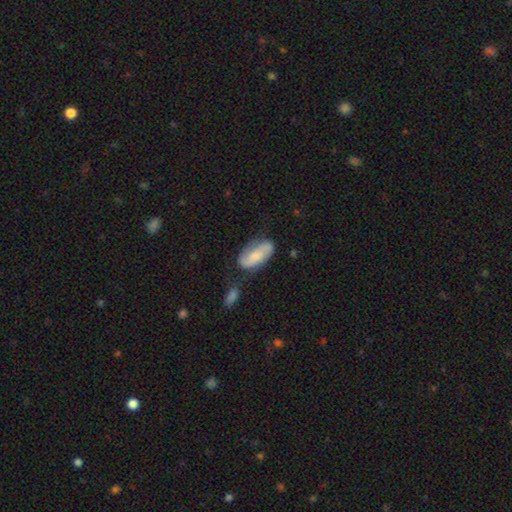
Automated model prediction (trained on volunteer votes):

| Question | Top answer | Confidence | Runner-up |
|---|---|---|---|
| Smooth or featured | smooth | 52% | featured or disk (41%) |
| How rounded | in between | 89% | cigar-shaped (8%) |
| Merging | none | 56% | minor disturbance (25%) |